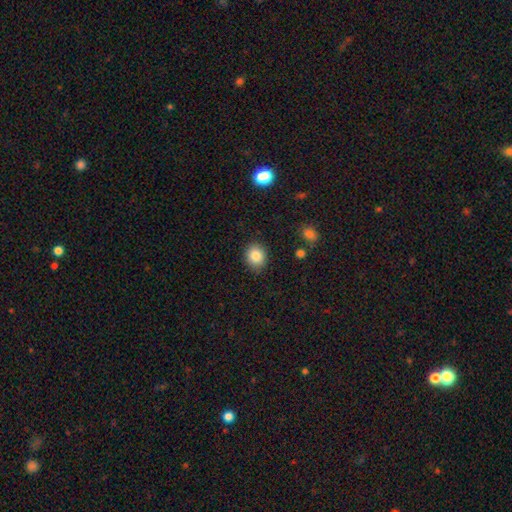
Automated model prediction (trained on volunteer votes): The model was most divided on "how rounded": round: 71%, in between: 28%, cigar-shaped: 1%. More confident: merging — none (87%); smooth or featured — smooth (84%).